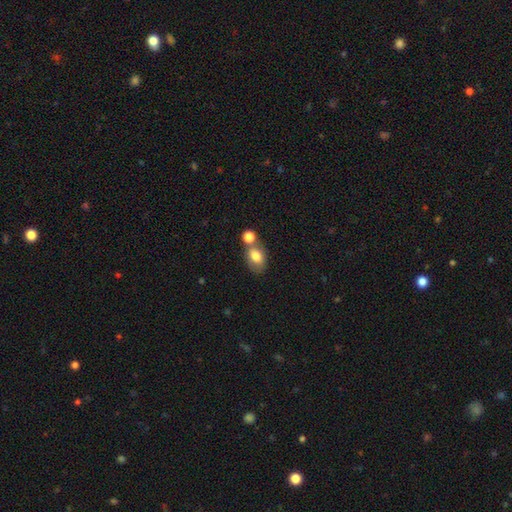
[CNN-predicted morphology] Smooth or featured? Predicted: smooth (p=0.77). How rounded? Predicted: in between (p=0.79). Merging? Predicted: none (p=0.43).